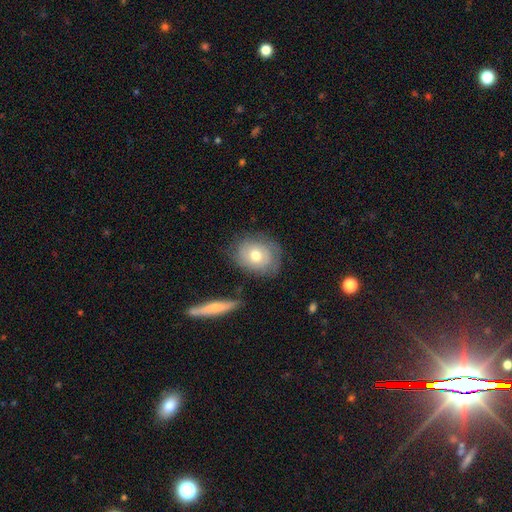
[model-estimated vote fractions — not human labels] Morphology: type=smooth (61%); roundness=round (53%); merging=none (71%).